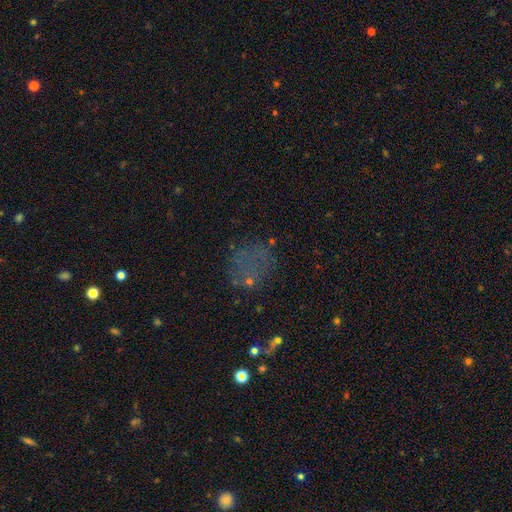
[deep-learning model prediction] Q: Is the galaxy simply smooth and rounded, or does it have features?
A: smooth — 43%.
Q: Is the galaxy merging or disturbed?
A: none — 61%.